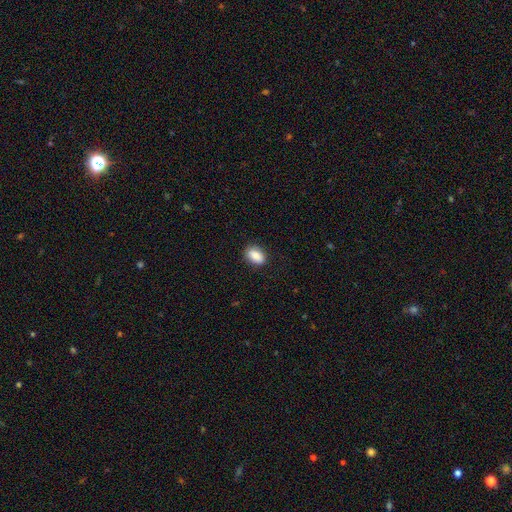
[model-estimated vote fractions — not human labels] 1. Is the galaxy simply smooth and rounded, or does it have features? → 86% smooth, 7% star or artifact, 7% featured or disk.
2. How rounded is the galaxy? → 88% in between, 11% round, 2% cigar-shaped.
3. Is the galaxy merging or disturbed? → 84% none, 12% minor disturbance, 3% major disturbance, 1% merger.